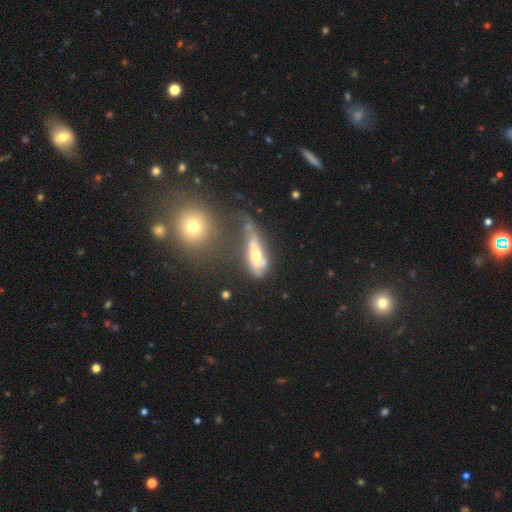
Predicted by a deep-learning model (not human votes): Q: Smooth or featured?
A: featured or disk (56%); runner-up: smooth (35%)
Q: Edge-on disk?
A: no (59%); runner-up: yes (41%)
Q: Merging?
A: major disturbance (32%); runner-up: none (25%)